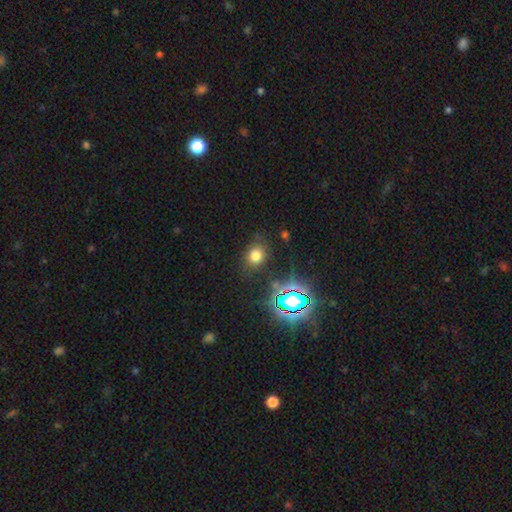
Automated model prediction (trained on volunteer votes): This is likely a smooth galaxy (68%). How rounded: possibly round (59%). Merging: likely none (79%).